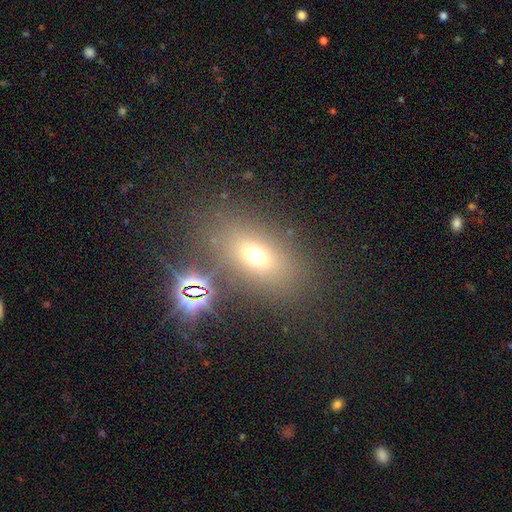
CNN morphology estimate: Smooth or featured?
  - smooth: 59% *
  - star or artifact: 25%
  - featured or disk: 16%
How rounded?
  - in between: 75% *
  - round: 19%
  - cigar-shaped: 6%
Merging?
  - none: 77% *
  - minor disturbance: 11%
  - major disturbance: 6%
  - merger: 5%